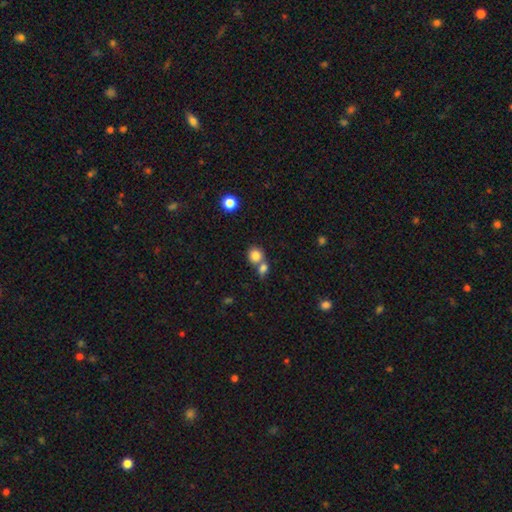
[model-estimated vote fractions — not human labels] This is clearly a smooth galaxy (82%). How rounded: clearly round (81%). Merging: possibly merger (46%).